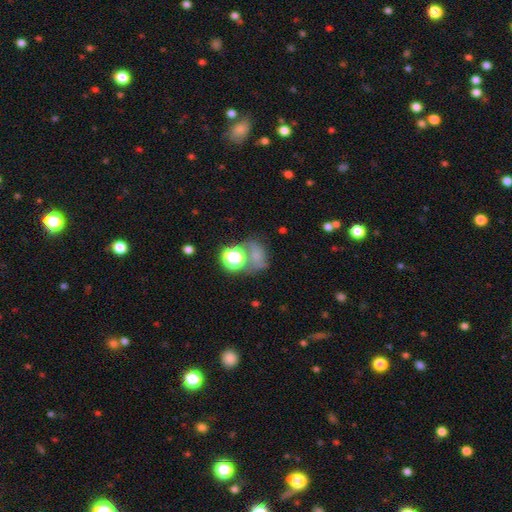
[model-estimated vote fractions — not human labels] smooth_or_featured: smooth (p=0.56) [alt: star or artifact p=0.28]
how_rounded: round (p=0.52) [alt: in between p=0.46]
merging: none (p=0.44) [alt: merger p=0.20]